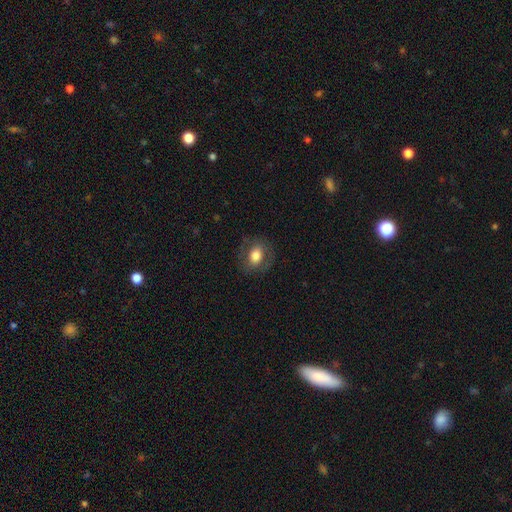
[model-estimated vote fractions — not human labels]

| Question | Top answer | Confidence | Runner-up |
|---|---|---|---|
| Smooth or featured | smooth | 70% | featured or disk (22%) |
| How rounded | in between | 54% | round (44%) |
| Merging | none | 78% | minor disturbance (14%) |